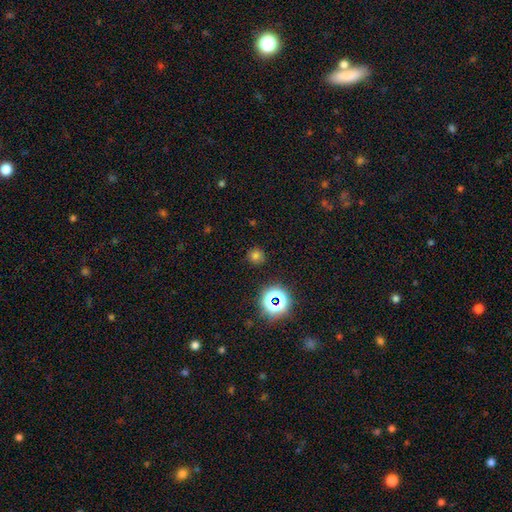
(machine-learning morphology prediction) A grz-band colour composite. It shows a smooth galaxy with no disk features (69%) that is round (90%). Merging: none (86%).